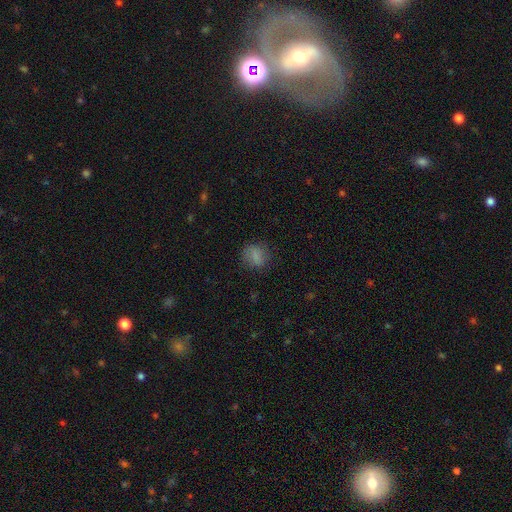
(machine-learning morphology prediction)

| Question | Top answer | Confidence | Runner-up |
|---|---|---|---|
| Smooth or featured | smooth | 78% | star or artifact (11%) |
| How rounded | round | 69% | in between (30%) |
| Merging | none | 77% | minor disturbance (16%) |